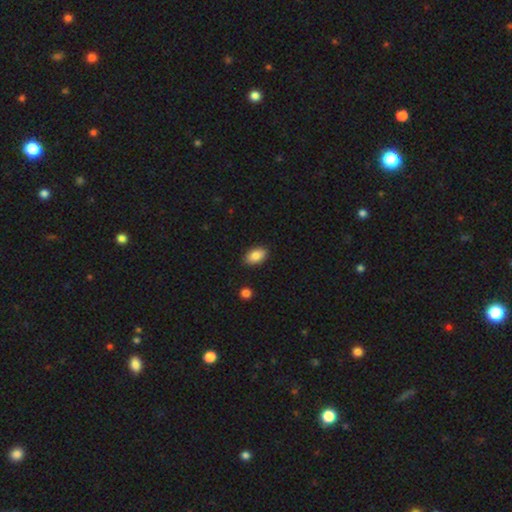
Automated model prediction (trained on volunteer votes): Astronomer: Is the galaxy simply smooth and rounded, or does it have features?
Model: smooth — 86%.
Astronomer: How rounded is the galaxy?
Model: in between — 91%.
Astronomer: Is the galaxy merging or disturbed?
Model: none — 88%.